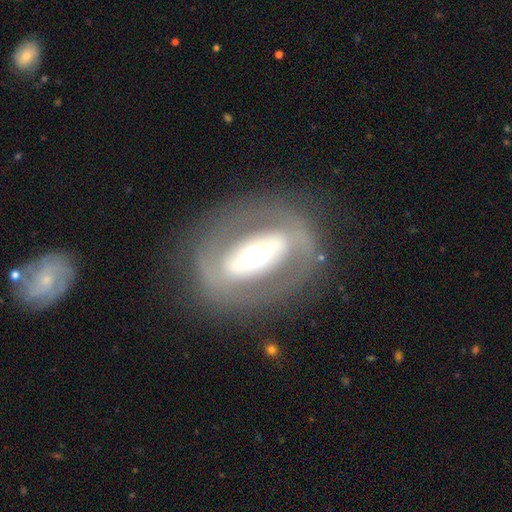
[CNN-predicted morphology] Smooth or featured: featured or disk — 67% (smooth — 25%)
Edge-on disk: no — 85% (yes — 15%)
Bar: strong — 50% (no — 33%)
Spiral arms: no — 77% (yes — 23%)
Bulge size: moderate — 53% (large — 31%)
Merging: none — 77% (major disturbance — 11%)